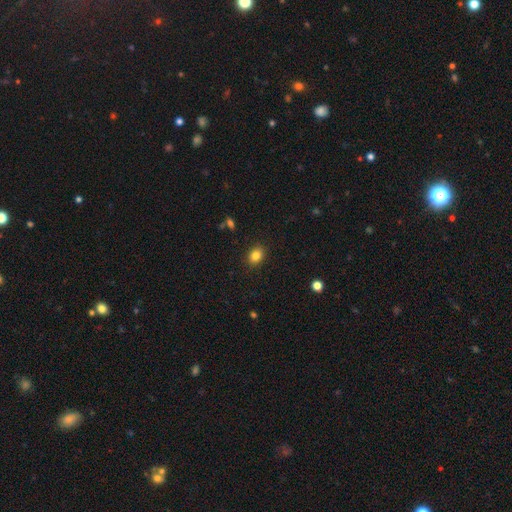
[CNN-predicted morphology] Overall: smooth (83%). How rounded: in between (52%; round 47%). Merging: none (89%).